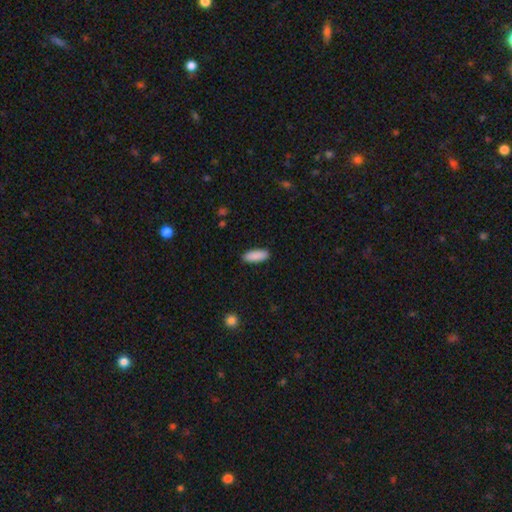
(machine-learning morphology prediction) smooth-or-featured: smooth: 90% | star or artifact: 6% | featured or disk: 4%
  how-rounded: in between: 70% | cigar-shaped: 28% | round: 2%
  merging: none: 90% | minor disturbance: 7% | major disturbance: 2% | merger: 1%